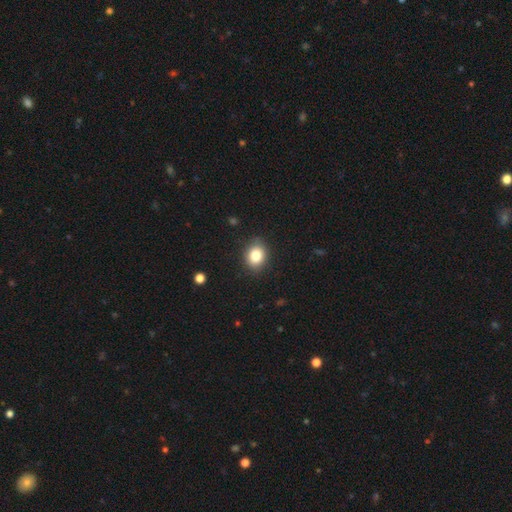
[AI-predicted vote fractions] Smooth or featured? Predicted: smooth (p=0.82). How rounded? Predicted: in between (p=0.52). Merging? Predicted: none (p=0.86).